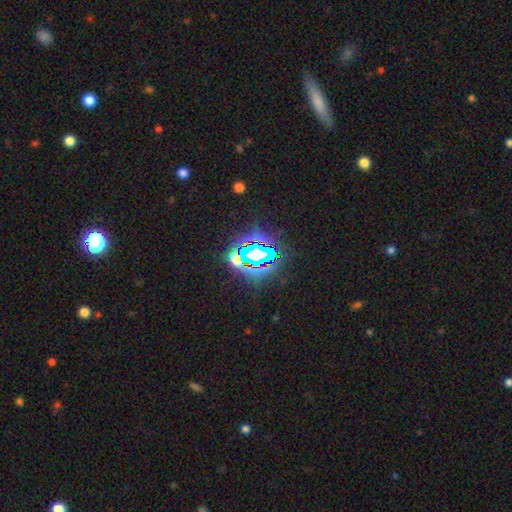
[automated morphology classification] Smooth or featured? Predicted: star or artifact (p=0.74).